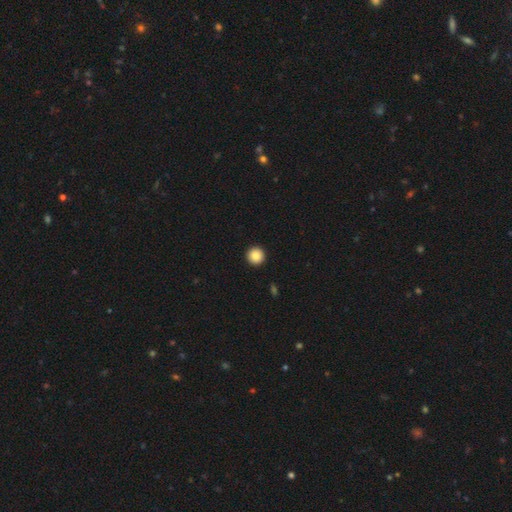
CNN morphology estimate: This appears to be a smooth galaxy with no disk features (88%) that is round (96%). Merging: none (94%).